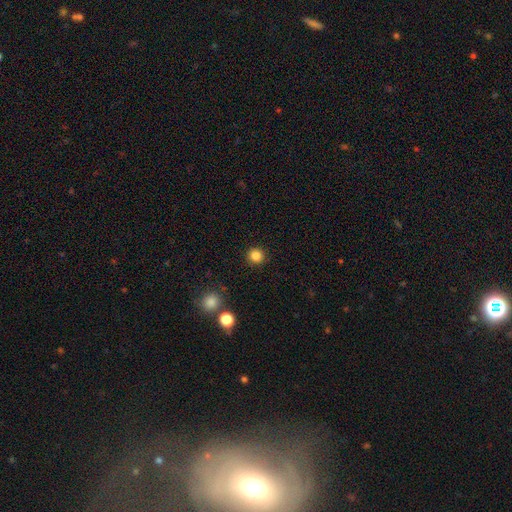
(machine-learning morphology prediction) The model was most divided on "smooth or featured": smooth: 84%, star or artifact: 12%, featured or disk: 4%. More confident: how rounded — round (94%); merging — none (92%).